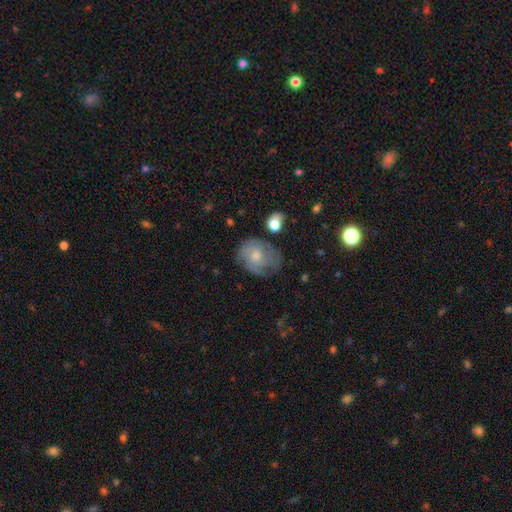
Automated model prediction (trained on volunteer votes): Morphology: type=featured or disk (46%, tied with smooth); merging=none (51%).